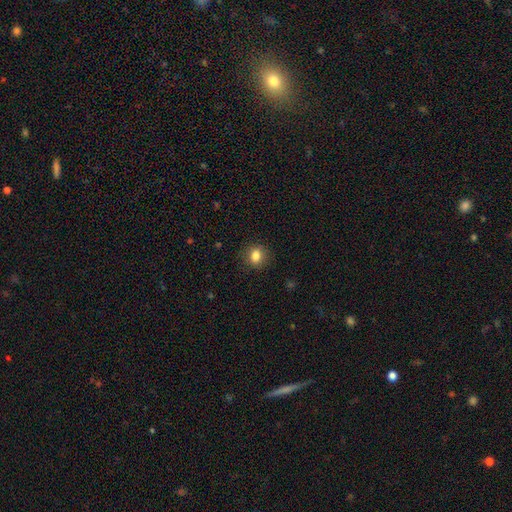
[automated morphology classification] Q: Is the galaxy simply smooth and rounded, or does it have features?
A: smooth — 83%.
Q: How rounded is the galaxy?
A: round — 63%.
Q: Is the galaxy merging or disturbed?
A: none — 87%.